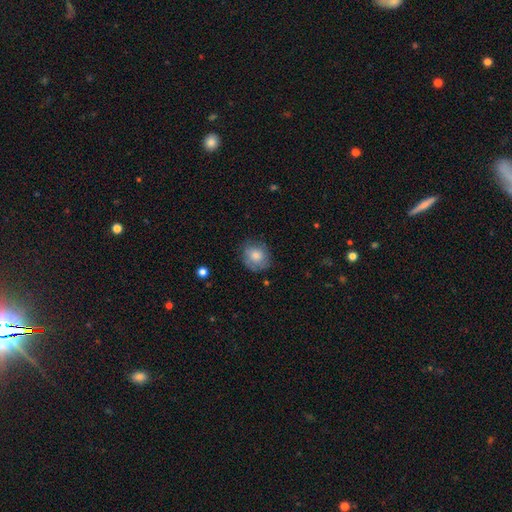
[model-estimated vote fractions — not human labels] smooth 72%, featured or disk 20%, star or artifact 8%. Down the decision tree: how rounded — round (73%); merging — none (72%).